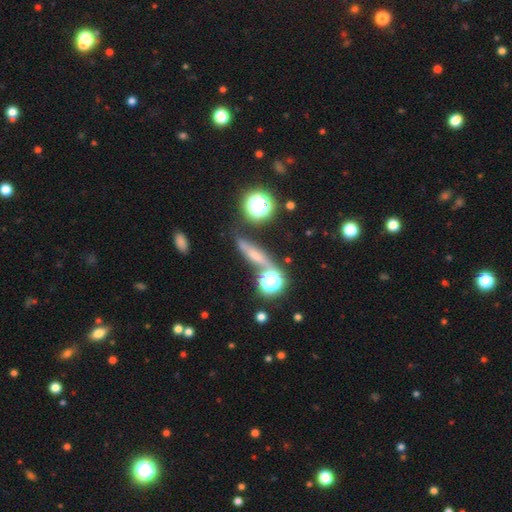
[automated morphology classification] smooth-or-featured: featured or disk: 42% | smooth: 36% | star or artifact: 23%
  merging: none: 66% | minor disturbance: 16% | merger: 10% | major disturbance: 7%